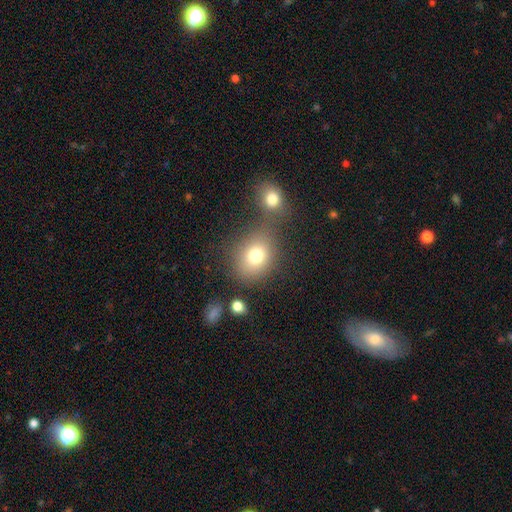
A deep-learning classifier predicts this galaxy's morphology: A smooth galaxy with no disk features (76%) that is round (61%).

Vote fractions:
- Smooth or featured? smooth: 76% / star or artifact: 13% / featured or disk: 11%
- How rounded? round: 61% / in between: 38% / cigar-shaped: 1%
- Merging? none: 57% / merger: 26% / minor disturbance: 12% / major disturbance: 6%